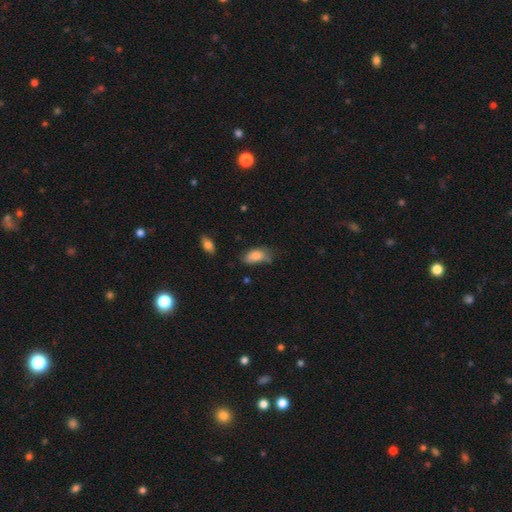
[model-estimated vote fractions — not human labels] smooth-or-featured: smooth: 81% | featured or disk: 12% | star or artifact: 8%
  how-rounded: in between: 91% | cigar-shaped: 5% | round: 4%
  merging: none: 47% | minor disturbance: 37% | major disturbance: 11% | merger: 5%